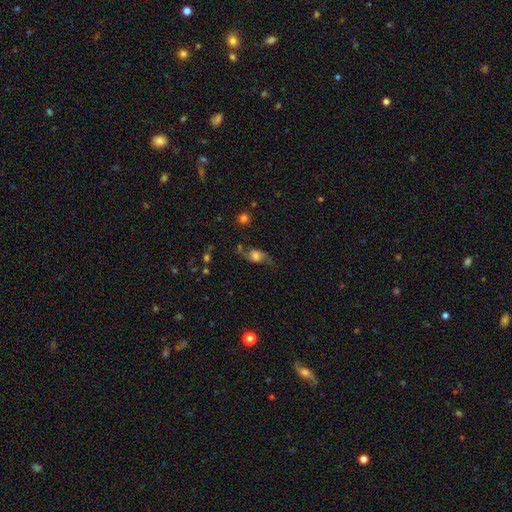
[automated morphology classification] Overall: featured or disk (59%; smooth 29%). Edge-on disk: no (89%). Bar: no (61%; weak 31%). Spiral arms: yes (89%). Bulge size: moderate (32%; large 30%). Merging: none (58%; minor disturbance 22%).